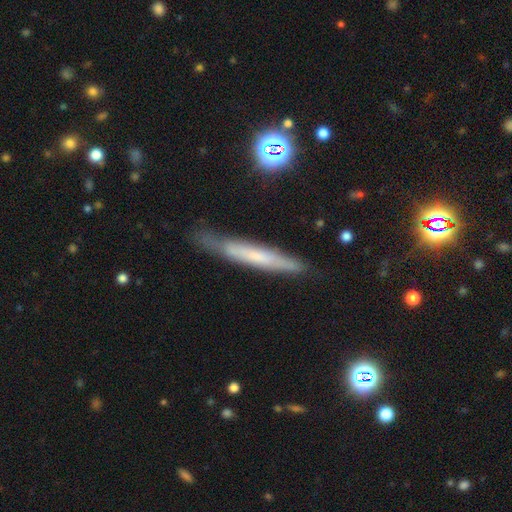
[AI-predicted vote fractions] Smooth or featured?
  - smooth: 49% *
  - featured or disk: 42%
  - star or artifact: 9%
Merging?
  - none: 74% *
  - minor disturbance: 19%
  - major disturbance: 4%
  - merger: 2%